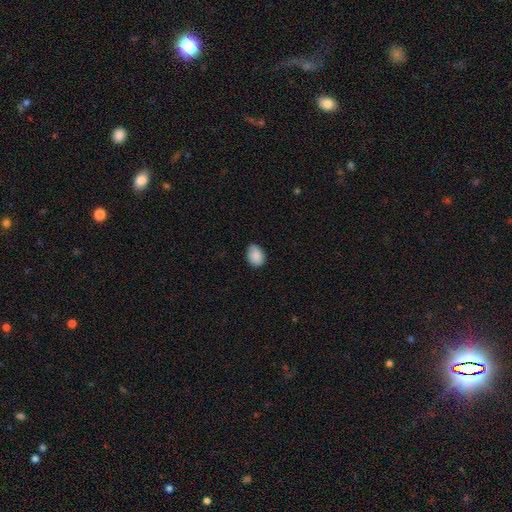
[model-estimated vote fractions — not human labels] smooth_or_featured: smooth (p=0.88) [alt: star or artifact p=0.07]
how_rounded: in between (p=0.74) [alt: round p=0.25]
merging: none (p=0.76) [alt: minor disturbance p=0.20]